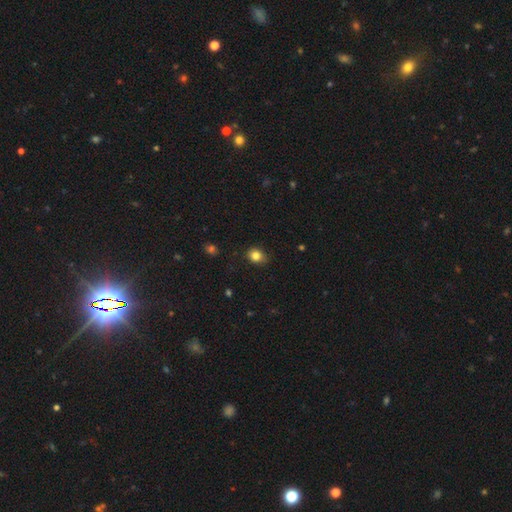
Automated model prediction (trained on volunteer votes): This is clearly a smooth galaxy (84%). How rounded: possibly round (58%). Merging: likely none (79%).